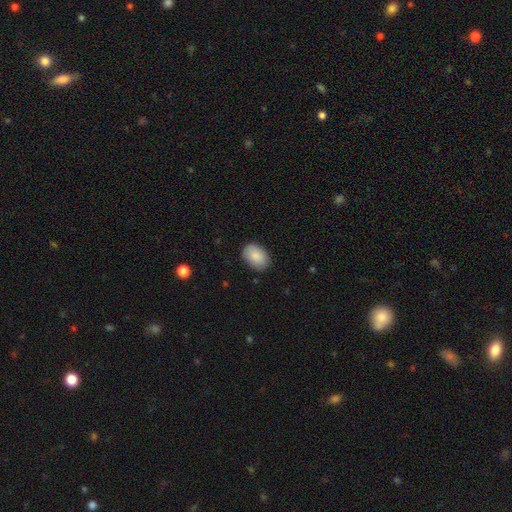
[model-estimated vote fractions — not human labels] smooth 87%, star or artifact 6%, featured or disk 6%. Down the decision tree: how rounded — in between (81%); merging — none (83%).